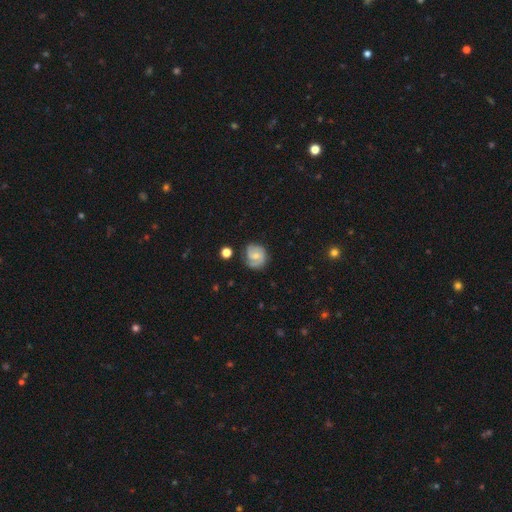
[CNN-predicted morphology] Overall: featured or disk (66%). Edge-on disk: no (98%). Bar: no (47%; weak 44%). Spiral arms: yes (93%). Spiral arm count: 2 (67%). Spiral winding: tight (45%; medium 42%). Bulge size: small (53%; moderate 36%). Merging: none (74%).